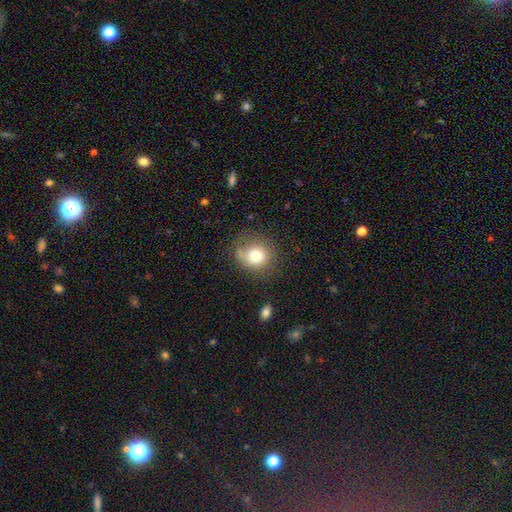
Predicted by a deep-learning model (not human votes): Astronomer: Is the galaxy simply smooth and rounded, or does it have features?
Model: smooth — 74%.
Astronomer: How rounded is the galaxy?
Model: round — 75%.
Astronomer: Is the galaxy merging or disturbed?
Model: none — 64%.